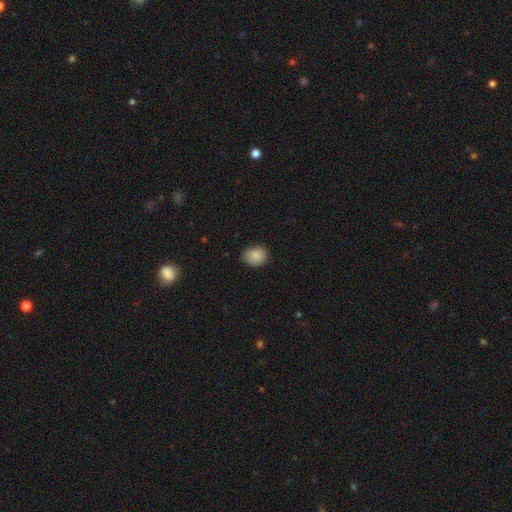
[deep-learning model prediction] Smooth or featured: smooth — 88% (star or artifact — 8%)
How rounded: round — 50% (in between — 49%)
Merging: none — 83% (minor disturbance — 13%)